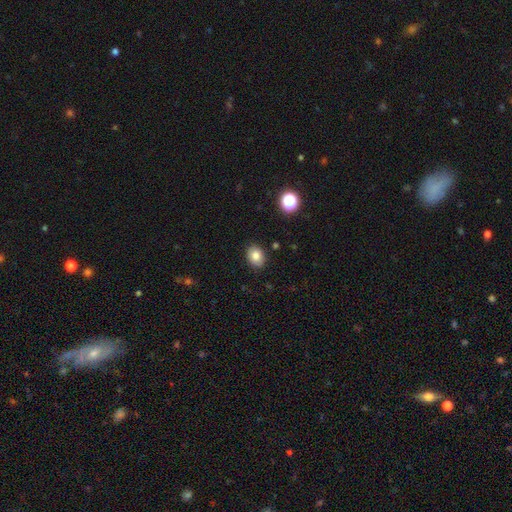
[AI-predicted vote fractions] This is clearly a smooth galaxy (82%). How rounded: likely in between (64%). Merging: clearly none (87%).